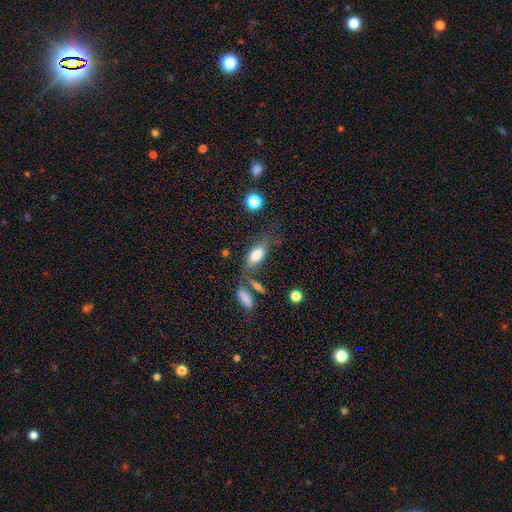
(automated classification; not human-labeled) smooth_or_featured: smooth (p=0.74) [alt: featured or disk p=0.18]
how_rounded: in between (p=0.79) [alt: cigar-shaped p=0.16]
merging: none (p=0.57) [alt: minor disturbance p=0.19]